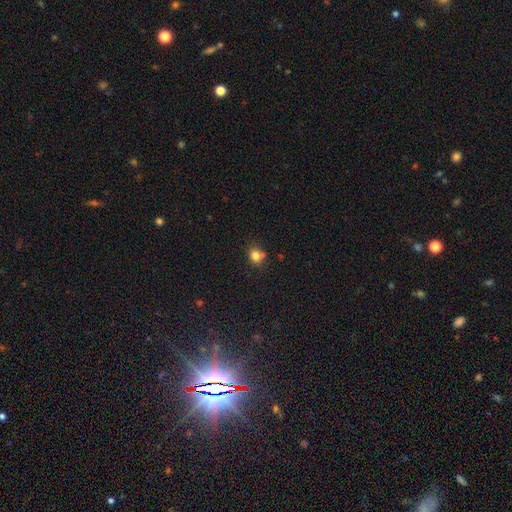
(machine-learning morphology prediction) Smooth or featured?
  - smooth: 80% *
  - star or artifact: 12%
  - featured or disk: 8%
How rounded?
  - round: 67% *
  - in between: 32%
  - cigar-shaped: 1%
Merging?
  - none: 62% *
  - merger: 18%
  - minor disturbance: 16%
  - major disturbance: 4%